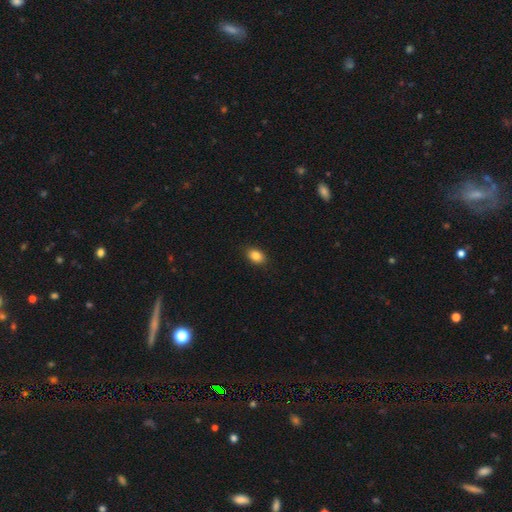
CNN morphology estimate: Smooth or featured?
  - smooth: 85% *
  - star or artifact: 9%
  - featured or disk: 6%
How rounded?
  - in between: 79% *
  - round: 20%
  - cigar-shaped: 1%
Merging?
  - none: 89% *
  - minor disturbance: 8%
  - major disturbance: 2%
  - merger: 1%